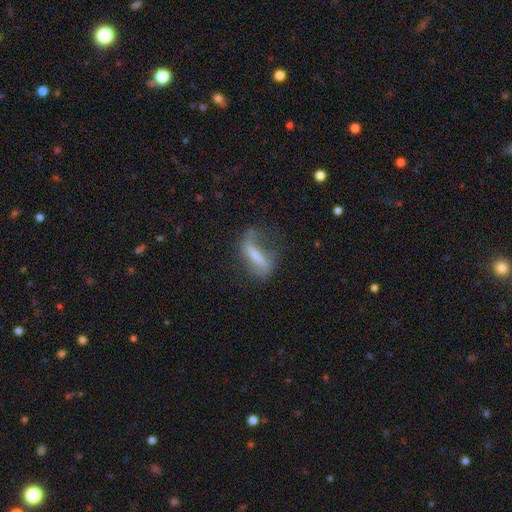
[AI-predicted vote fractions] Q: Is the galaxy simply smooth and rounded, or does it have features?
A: featured or disk — 51%.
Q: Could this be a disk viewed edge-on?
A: no — 73%.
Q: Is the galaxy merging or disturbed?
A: none — 45%.